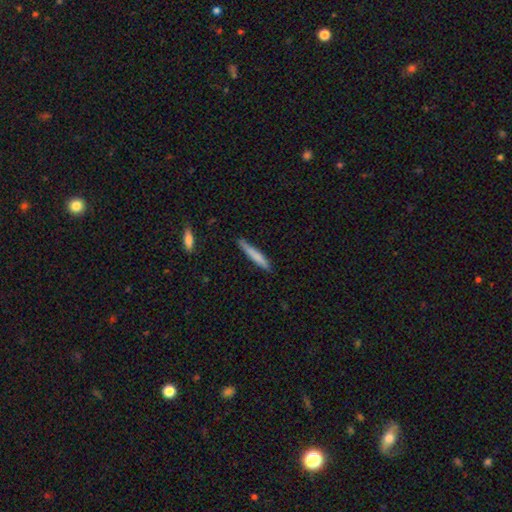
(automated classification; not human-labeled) smooth-or-featured: smooth: 74% | featured or disk: 20% | star or artifact: 6%
  how-rounded: cigar-shaped: 94% | in between: 4% | round: 1%
  merging: none: 83% | minor disturbance: 14% | major disturbance: 2% | merger: 2%